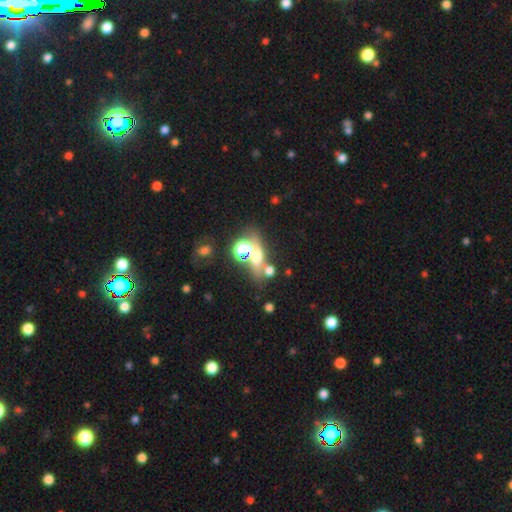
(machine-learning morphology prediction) type=smooth (43%); merging=none (54%).